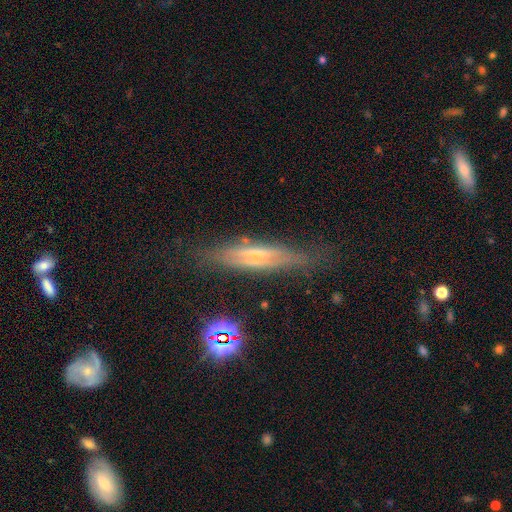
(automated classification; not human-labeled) Smooth or featured: featured or disk — 63% (smooth — 26%)
Edge-on disk: yes — 86% (no — 14%)
Edge-on bulge: rounded — 62% (none — 29%)
Merging: none — 78% (minor disturbance — 15%)